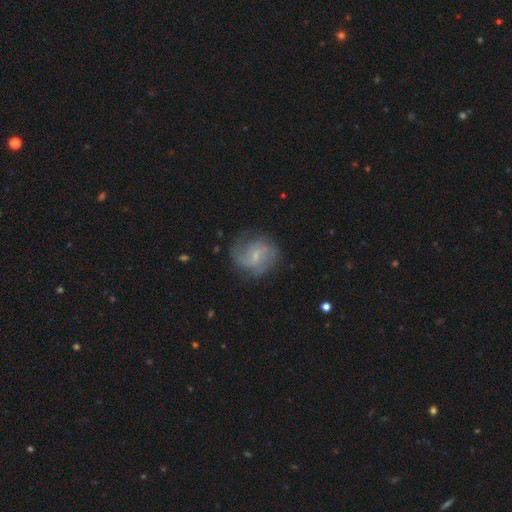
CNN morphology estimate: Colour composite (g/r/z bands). It shows a featured or disk galaxy (68%) with a weak bar (52%), 2 (51%) medium (44%) spiral arms (87%) and a small central bulge (71%). Merging: none (64%).